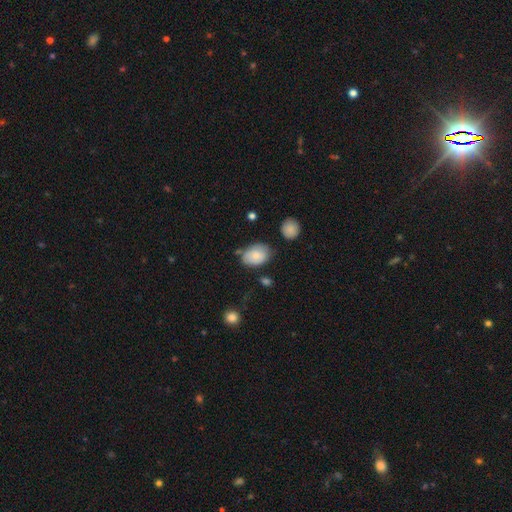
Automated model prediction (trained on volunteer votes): smooth-or-featured: smooth: 77% | featured or disk: 16% | star or artifact: 7%
  how-rounded: in between: 82% | round: 17% | cigar-shaped: 1%
  merging: none: 60% | minor disturbance: 27% | major disturbance: 6% | merger: 6%